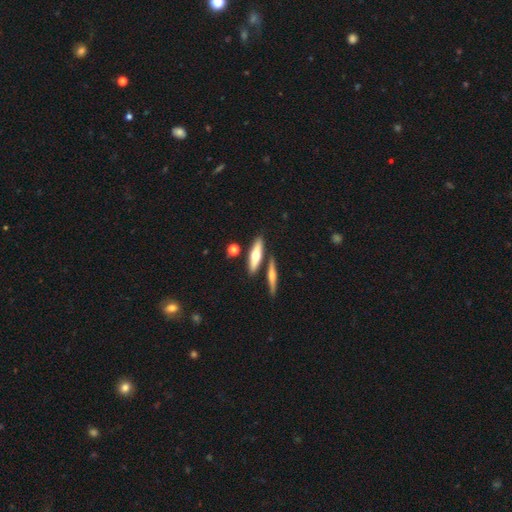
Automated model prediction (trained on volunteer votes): The model was most divided on "smooth or featured": smooth: 51%, featured or disk: 43%, star or artifact: 6%. More confident: merging — none (74%); how rounded — cigar-shaped (64%).